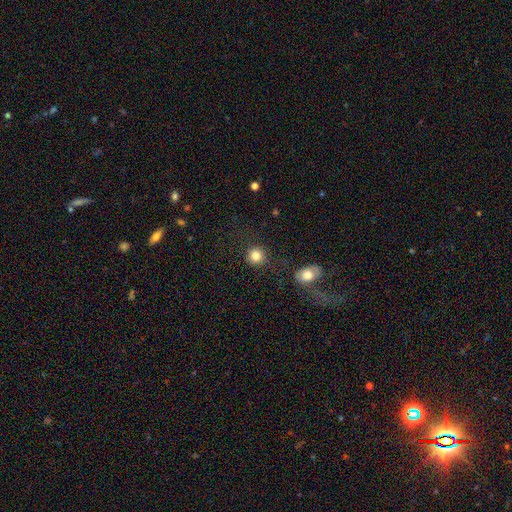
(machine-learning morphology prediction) Smooth or featured? Predicted: smooth (p=0.84). How rounded? Predicted: round (p=0.92). Merging? Predicted: none (p=0.84).